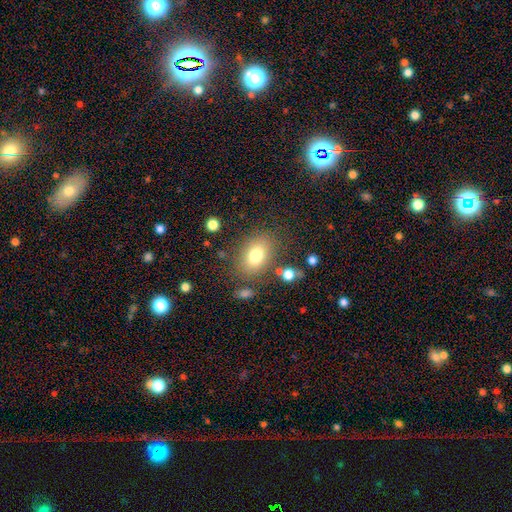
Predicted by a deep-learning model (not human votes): This appears to be a smooth galaxy with no disk features (76%) that is in between round and cigar-shaped (75%). Merging: none (76%).